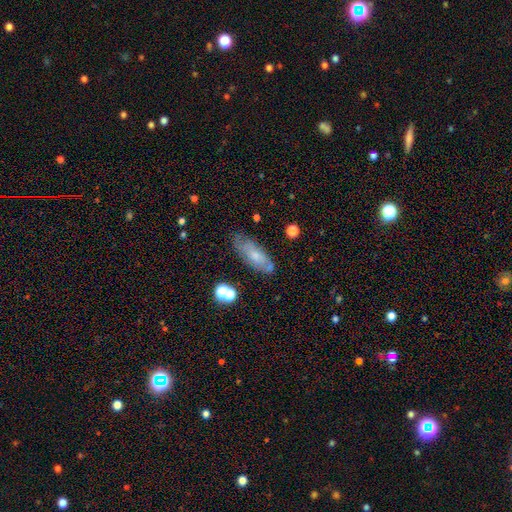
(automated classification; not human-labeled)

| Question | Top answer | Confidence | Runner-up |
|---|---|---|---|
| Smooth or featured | smooth | 47% | featured or disk (43%) |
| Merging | none | 67% | minor disturbance (22%) |